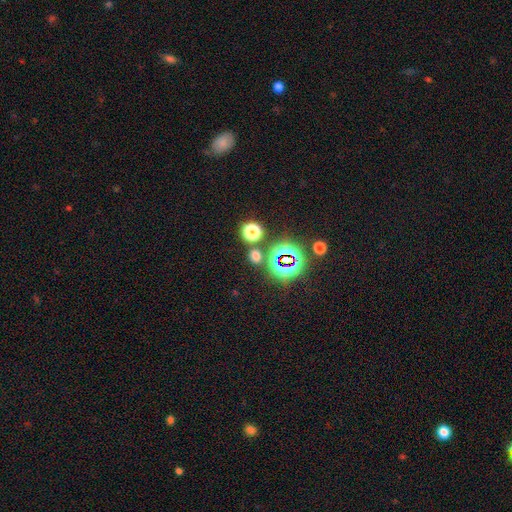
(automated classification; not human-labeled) Morphology: type=smooth (53%); roundness=round (73%); merging=none (76%).